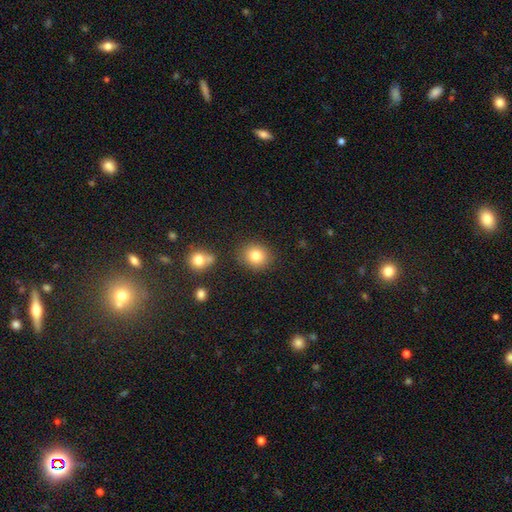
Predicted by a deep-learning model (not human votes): Smooth or featured?
  - smooth: 82% *
  - star or artifact: 11%
  - featured or disk: 7%
How rounded?
  - round: 78% *
  - in between: 21%
  - cigar-shaped: 1%
Merging?
  - none: 84% *
  - minor disturbance: 10%
  - merger: 4%
  - major disturbance: 3%